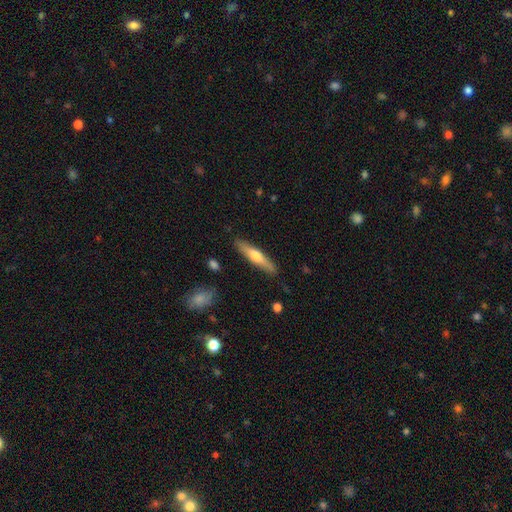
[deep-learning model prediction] A smooth galaxy with no disk features (51%) that is cigar-shaped (85%).

Vote fractions:
- Smooth or featured? smooth: 51% / featured or disk: 44% / star or artifact: 5%
- How rounded? cigar-shaped: 85% / in between: 13% / round: 2%
- Merging? none: 88% / minor disturbance: 9% / major disturbance: 2% / merger: 2%